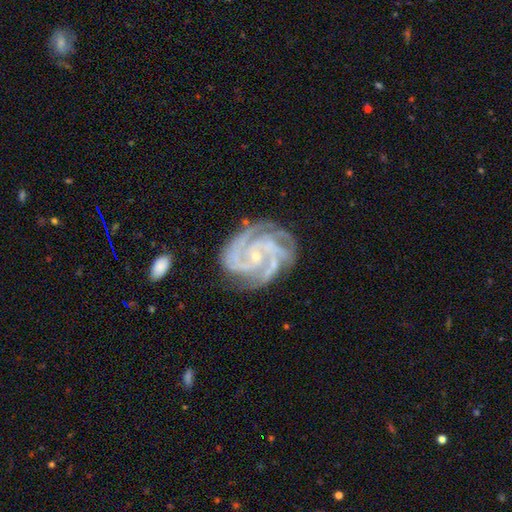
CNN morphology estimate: Smooth or featured? Predicted: featured or disk (p=0.92). Edge-on disk? Predicted: no (p=0.98). Bar? Predicted: no (p=0.65). Spiral arms? Predicted: yes (p=0.99). Spiral winding? Predicted: tight (p=0.64). Spiral arm count? Predicted: 3 (p=0.40). Bulge size? Predicted: small (p=0.81). Merging? Predicted: none (p=0.72).